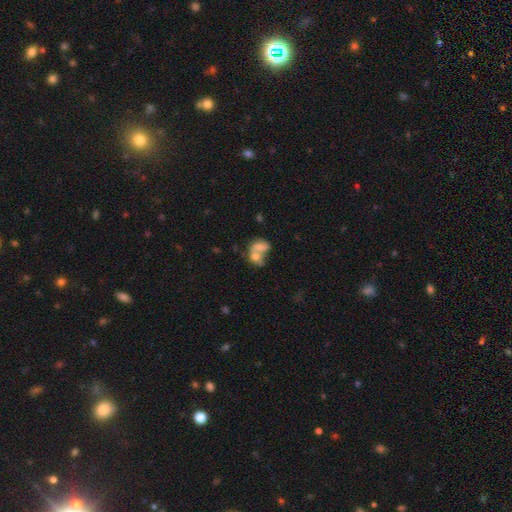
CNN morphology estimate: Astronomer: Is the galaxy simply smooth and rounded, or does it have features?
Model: smooth — 58%.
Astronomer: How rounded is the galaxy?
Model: in between — 63%.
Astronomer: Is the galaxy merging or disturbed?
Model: merger — 67%.